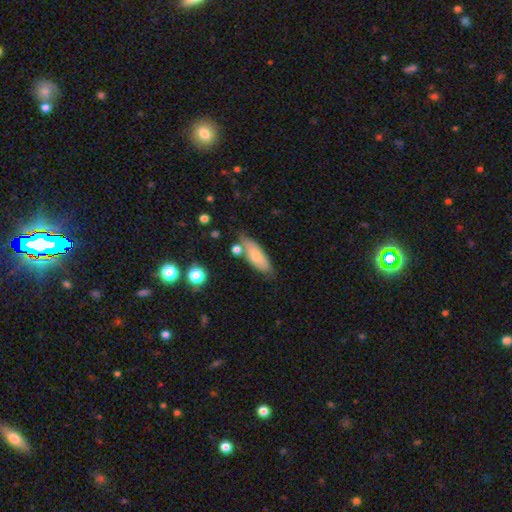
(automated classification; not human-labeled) Smooth or featured: smooth — 72% (featured or disk — 22%)
How rounded: in between — 70% (cigar-shaped — 28%)
Merging: none — 61% (minor disturbance — 24%)